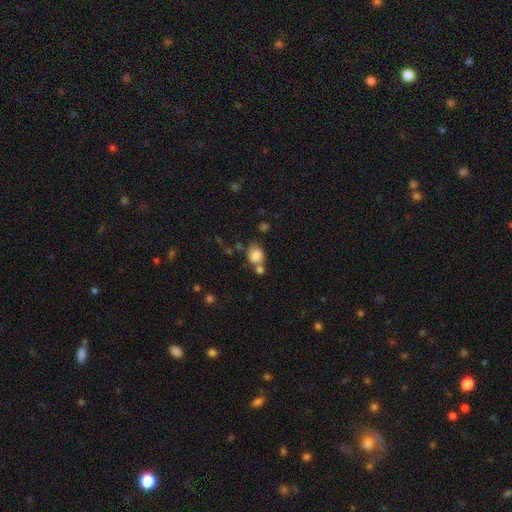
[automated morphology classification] Smooth or featured? Predicted: smooth (p=0.82). How rounded? Predicted: round (p=0.50). Merging? Predicted: none (p=0.49).